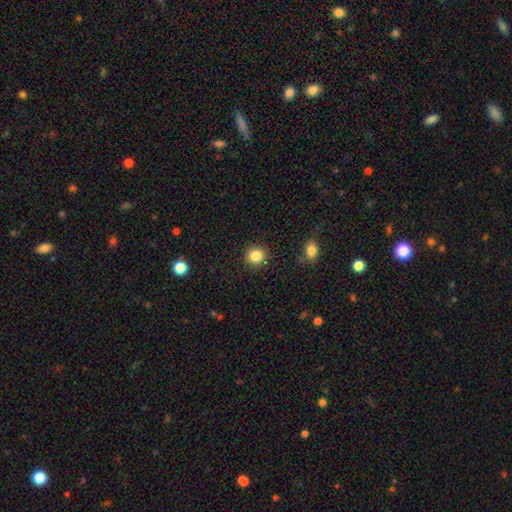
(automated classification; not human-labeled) Q: Smooth or featured?
A: smooth (85%); runner-up: star or artifact (10%)
Q: How rounded?
A: round (89%); runner-up: in between (11%)
Q: Merging?
A: none (90%); runner-up: minor disturbance (6%)